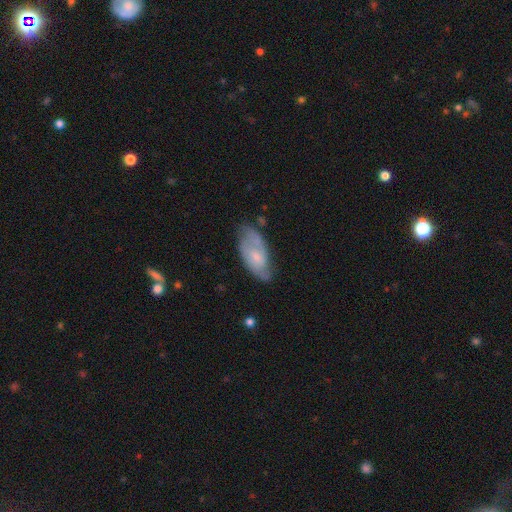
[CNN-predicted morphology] Smooth or featured: featured or disk — 60% (smooth — 34%)
Edge-on disk: no — 92% (yes — 8%)
Bar: no — 60% (weak — 34%)
Spiral arms: yes — 81% (no — 19%)
Bulge size: small — 59% (moderate — 29%)
Merging: none — 61% (minor disturbance — 27%)